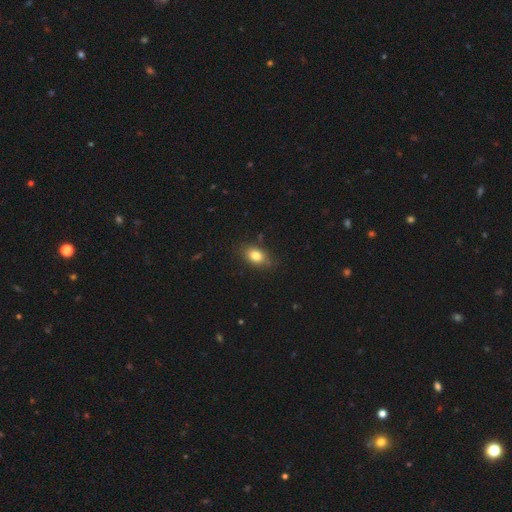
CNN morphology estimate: smooth_or_featured: smooth (p=0.81) [alt: featured or disk p=0.10]
how_rounded: in between (p=0.81) [alt: round p=0.17]
merging: none (p=0.79) [alt: minor disturbance p=0.16]